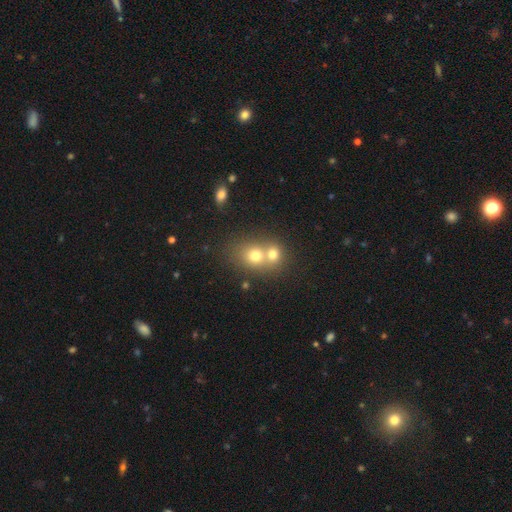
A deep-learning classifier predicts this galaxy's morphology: The model was most divided on "merging": merger: 61%, none: 31%, minor disturbance: 5%, major disturbance: 2%. More confident: smooth or featured — smooth (70%); how rounded — round (68%).